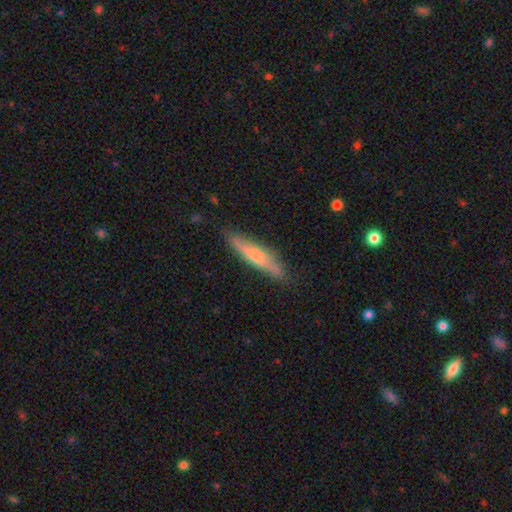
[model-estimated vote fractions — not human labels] Smooth or featured?
  - smooth: 52% *
  - featured or disk: 42%
  - star or artifact: 6%
How rounded?
  - cigar-shaped: 89% *
  - in between: 10%
  - round: 2%
Merging?
  - none: 84% *
  - minor disturbance: 13%
  - major disturbance: 2%
  - merger: 1%